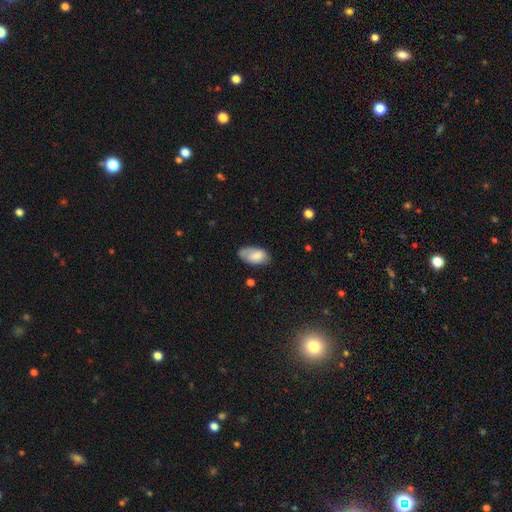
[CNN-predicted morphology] This is likely a smooth galaxy (76%). How rounded: clearly in between (94%). Merging: likely none (62%).